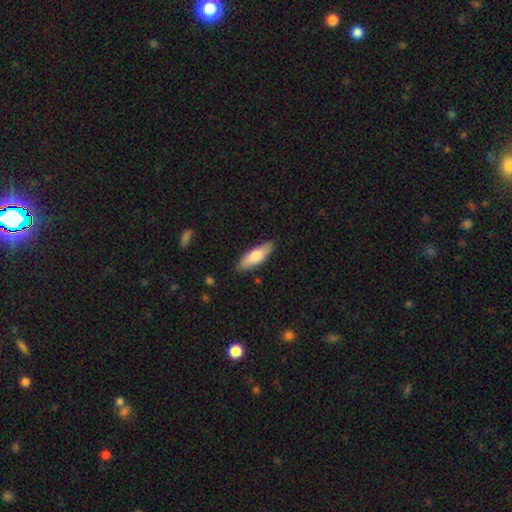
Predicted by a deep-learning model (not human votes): A smooth galaxy with no disk features (72%) that is in between round and cigar-shaped (56%). Merging: none (86%).